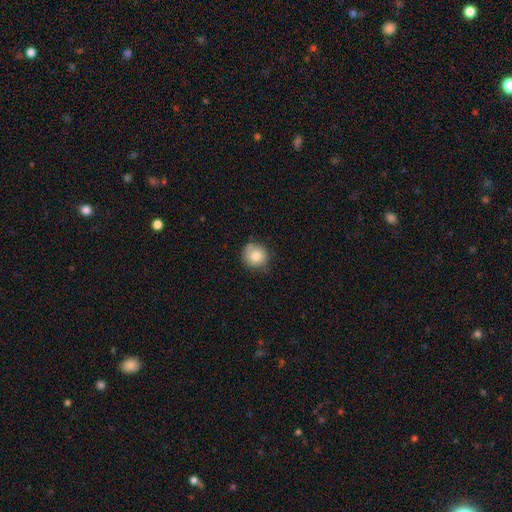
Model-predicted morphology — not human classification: Smooth or featured? smooth (81%)
How rounded? round (88%)
Merging? none (72%)